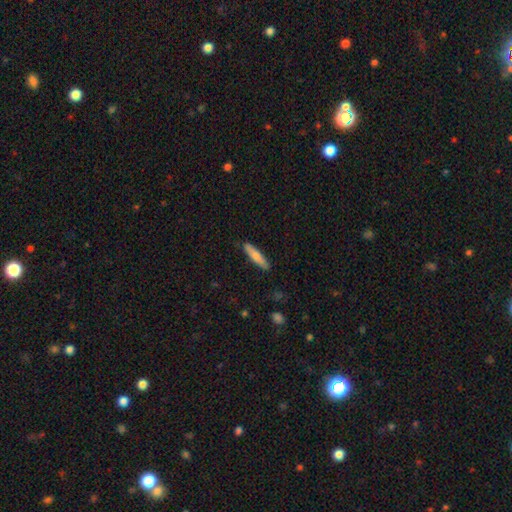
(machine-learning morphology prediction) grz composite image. It shows a smooth galaxy with no disk features (72%) that is cigar-shaped (82%). Merging: none (88%).